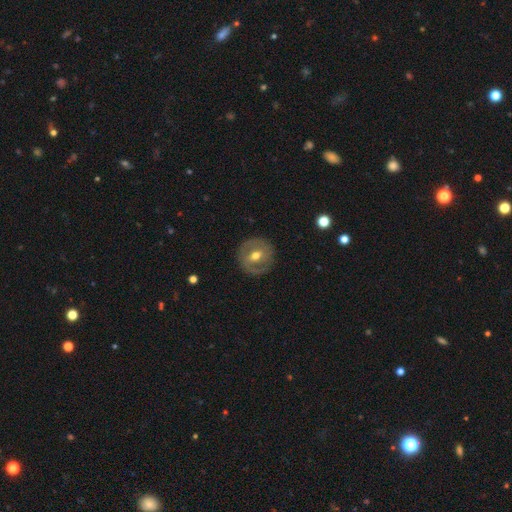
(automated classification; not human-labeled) Q: Smooth or featured?
A: featured or disk (62%); runner-up: smooth (32%)
Q: Edge-on disk?
A: no (95%); runner-up: yes (5%)
Q: Bar?
A: weak (46%); runner-up: no (30%)
Q: Spiral arms?
A: yes (52%); runner-up: no (48%)
Q: Bulge size?
A: moderate (75%); runner-up: small (19%)
Q: Merging?
A: none (85%); runner-up: minor disturbance (10%)